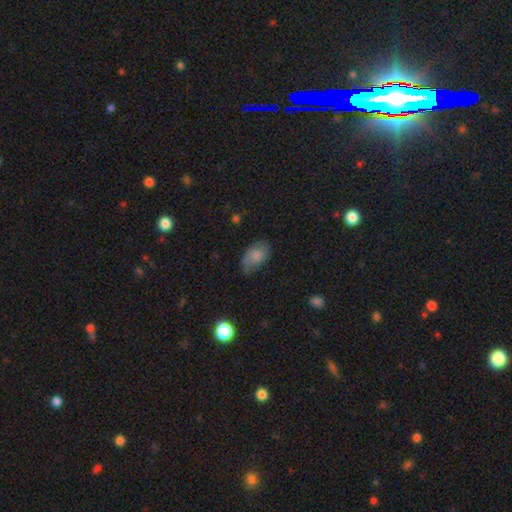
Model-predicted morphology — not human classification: smooth_or_featured: smooth (p=0.78) [alt: featured or disk p=0.14]
how_rounded: in between (p=0.93) [alt: round p=0.06]
merging: none (p=0.66) [alt: minor disturbance p=0.26]